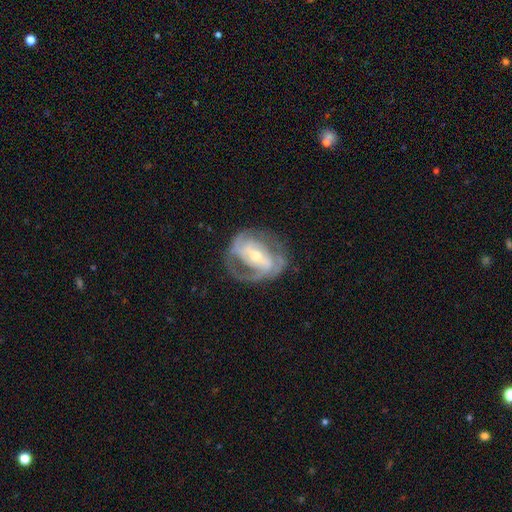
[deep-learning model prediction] Smooth or featured? Predicted: featured or disk (p=0.85). Edge-on disk? Predicted: no (p=0.96). Bar? Predicted: strong (p=0.37). Spiral arms? Predicted: yes (p=0.91). Spiral winding? Predicted: medium (p=0.45). Spiral arm count? Predicted: 2 (p=0.56). Bulge size? Predicted: moderate (p=0.50). Merging? Predicted: none (p=0.65).